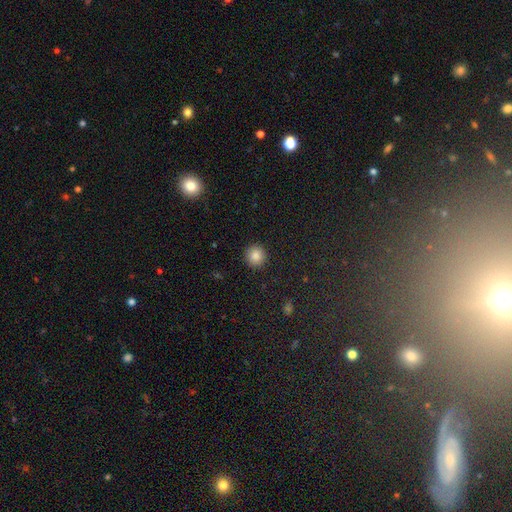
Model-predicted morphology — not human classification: Q: Smooth or featured?
A: smooth (86%); runner-up: star or artifact (10%)
Q: How rounded?
A: round (93%); runner-up: in between (6%)
Q: Merging?
A: none (92%); runner-up: minor disturbance (5%)